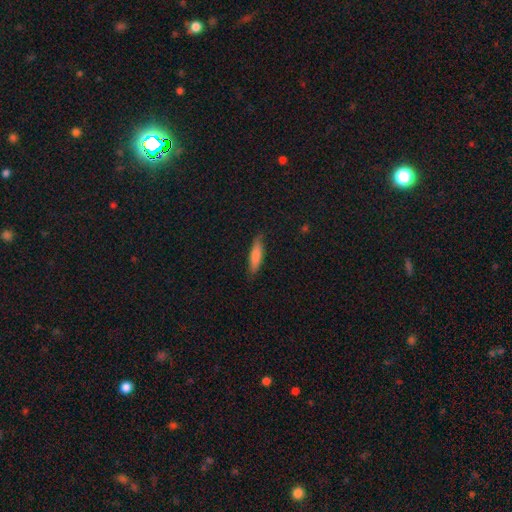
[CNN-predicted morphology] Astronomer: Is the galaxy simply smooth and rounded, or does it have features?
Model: smooth — 82%.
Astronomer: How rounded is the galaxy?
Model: cigar-shaped — 72%.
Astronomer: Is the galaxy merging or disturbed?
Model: none — 83%.